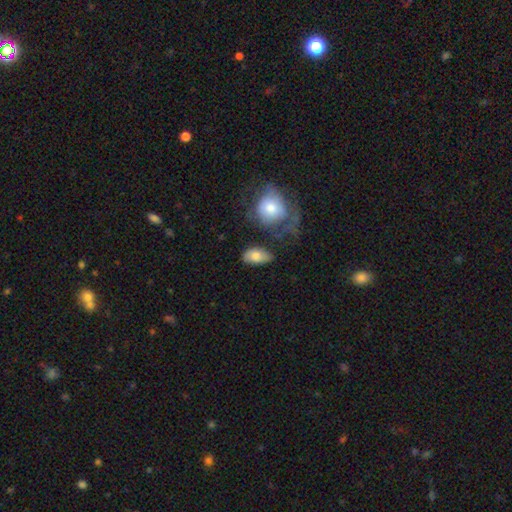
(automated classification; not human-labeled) smooth 76%, featured or disk 16%, star or artifact 7%. Down the decision tree: how rounded — in between (89%); merging — none (62%).